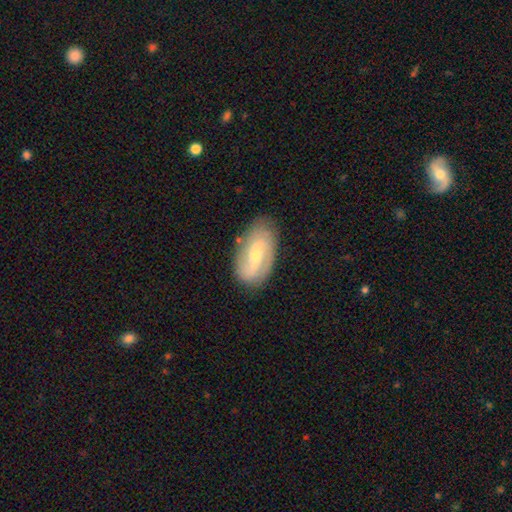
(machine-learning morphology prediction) Smooth or featured? featured or disk (67%)
Edge-on disk? no (92%)
Bar? weak (43%)
Spiral arms? yes (79%)
Bulge size? small (52%)
Merging? none (78%)